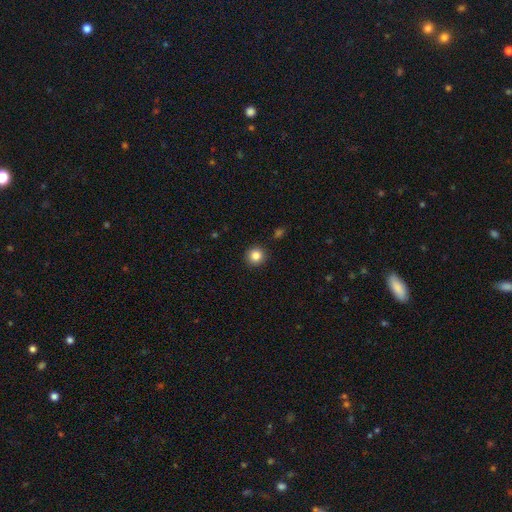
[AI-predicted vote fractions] Morphology: type=smooth (85%); roundness=round (94%); merging=none (92%).